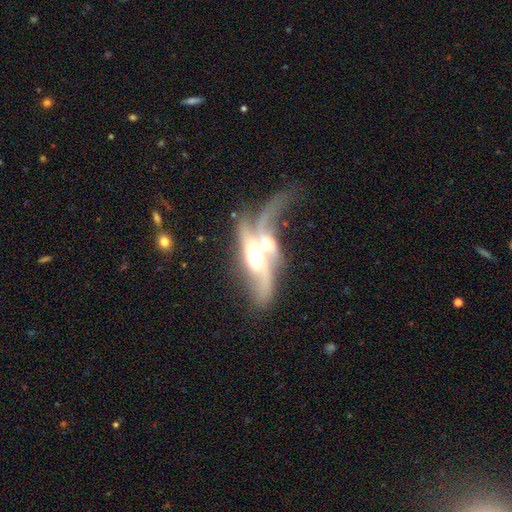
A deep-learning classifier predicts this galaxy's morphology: smooth-or-featured: featured or disk: 69% | smooth: 24% | star or artifact: 7%
  disk-edge-on: no: 71% | yes: 29%
  merging: merger: 72% | major disturbance: 13% | none: 10% | minor disturbance: 6%